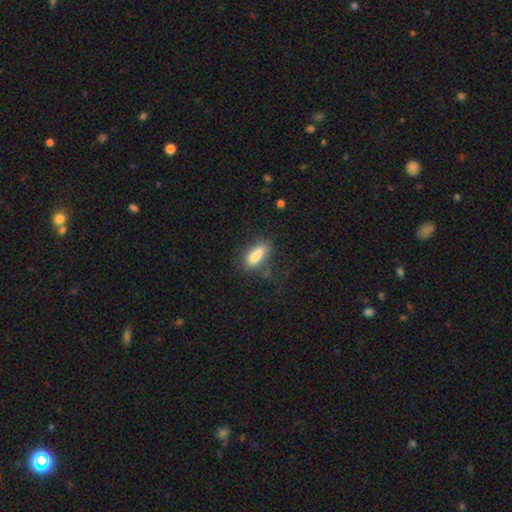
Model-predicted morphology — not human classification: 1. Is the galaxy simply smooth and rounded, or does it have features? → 82% smooth, 10% featured or disk, 7% star or artifact.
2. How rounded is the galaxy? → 72% in between, 26% cigar-shaped, 2% round.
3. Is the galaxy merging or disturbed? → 69% none, 19% minor disturbance, 9% major disturbance, 3% merger.